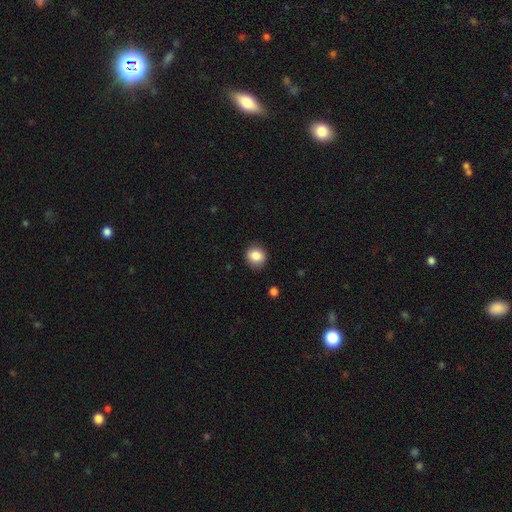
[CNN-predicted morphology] Q: Smooth or featured?
A: smooth (85%); runner-up: star or artifact (9%)
Q: How rounded?
A: round (85%); runner-up: in between (14%)
Q: Merging?
A: none (87%); runner-up: minor disturbance (9%)